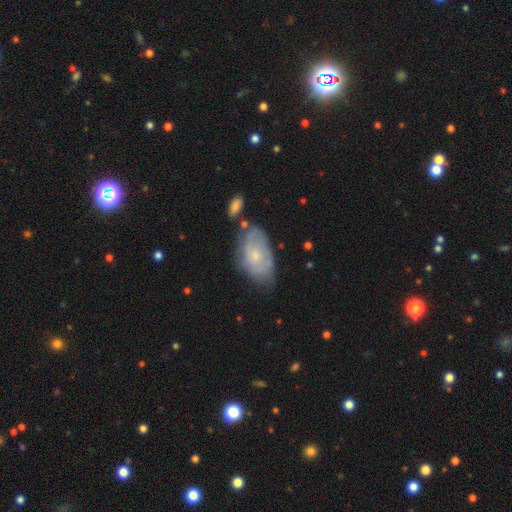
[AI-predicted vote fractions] smooth_or_featured: featured or disk (p=0.48) [alt: smooth p=0.45]
merging: none (p=0.56) [alt: minor disturbance p=0.28]